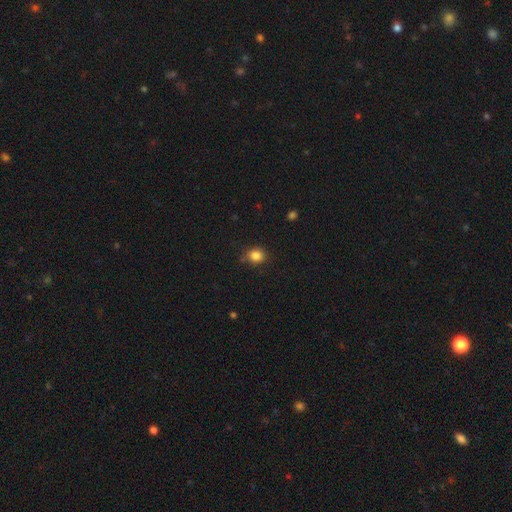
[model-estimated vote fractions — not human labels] Smooth or featured? Predicted: smooth (p=0.84). How rounded? Predicted: round (p=0.65). Merging? Predicted: none (p=0.80).